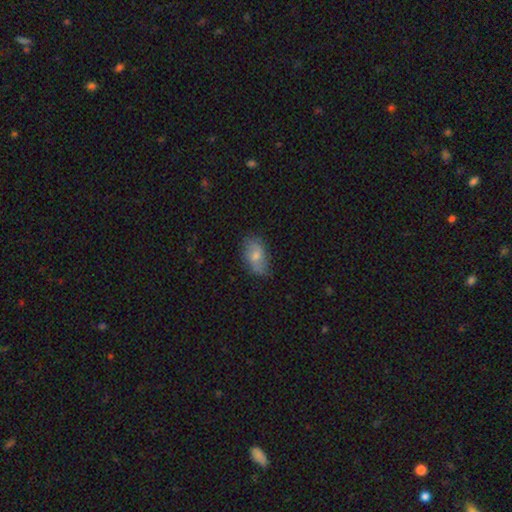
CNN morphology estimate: smooth_or_featured: smooth (p=0.64) [alt: featured or disk p=0.27]
how_rounded: in between (p=0.89) [alt: round p=0.07]
merging: none (p=0.72) [alt: minor disturbance p=0.22]